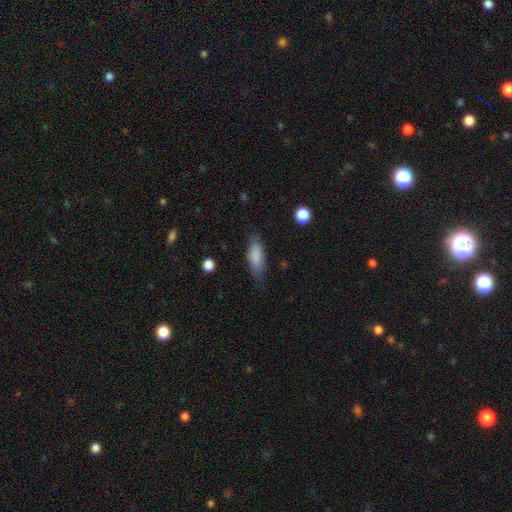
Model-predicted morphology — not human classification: Smooth or featured? Predicted: smooth (p=0.83). How rounded? Predicted: in between (p=0.66). Merging? Predicted: none (p=0.76).